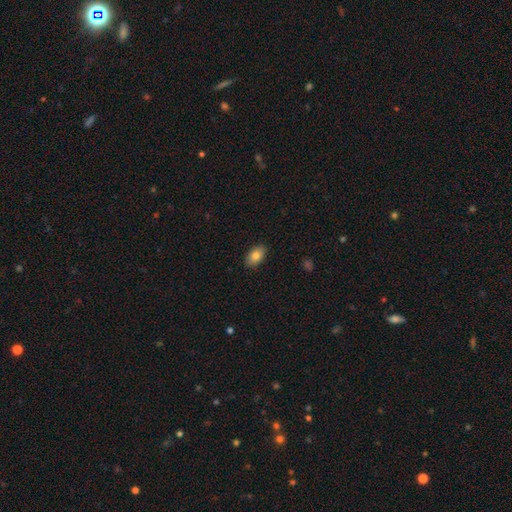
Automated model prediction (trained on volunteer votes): Smooth or featured: smooth — 83% (featured or disk — 10%)
How rounded: in between — 92% (round — 6%)
Merging: none — 89% (minor disturbance — 8%)